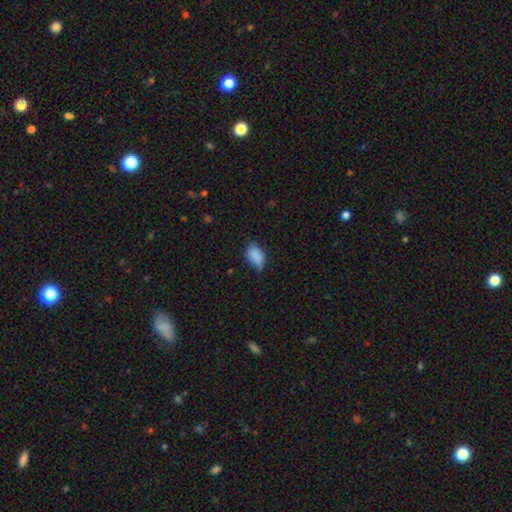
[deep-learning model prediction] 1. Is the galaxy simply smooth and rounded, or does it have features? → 83% smooth, 9% star or artifact, 8% featured or disk.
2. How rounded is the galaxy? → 89% in between, 8% round, 2% cigar-shaped.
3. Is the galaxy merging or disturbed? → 45% none, 41% minor disturbance, 11% major disturbance, 2% merger.